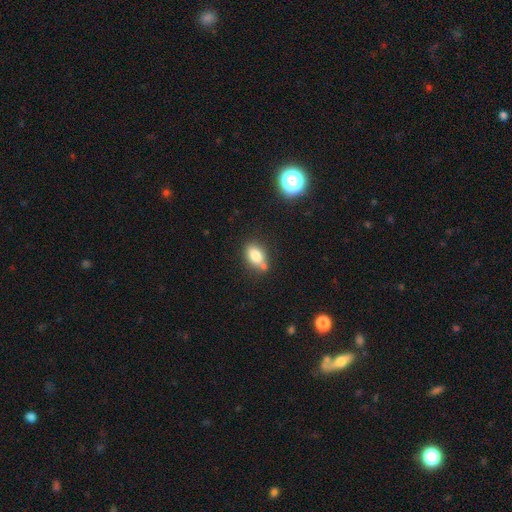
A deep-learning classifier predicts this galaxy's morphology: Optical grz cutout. It shows a smooth galaxy with no disk features (81%) that is in between round and cigar-shaped (82%). Merging: none (64%).